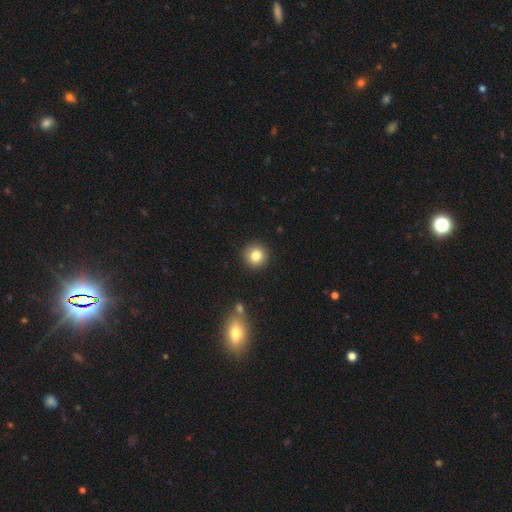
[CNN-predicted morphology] Overall: smooth (83%). How rounded: round (95%). Merging: none (91%).